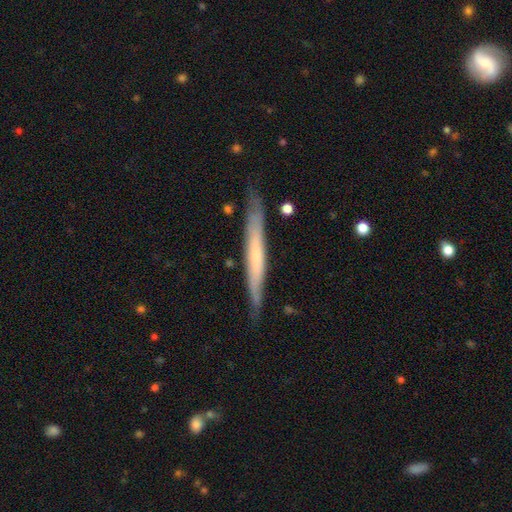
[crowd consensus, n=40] This appears to be a smooth galaxy with no disk features (48%) that is cigar-shaped (95%). Merging: none (76%).